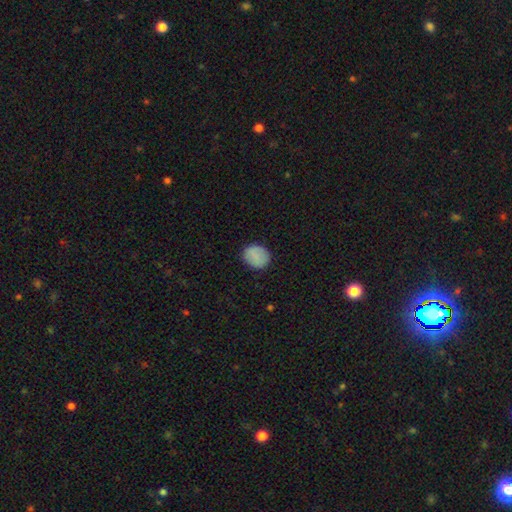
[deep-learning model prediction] This appears to be a smooth galaxy with no disk features (85%) that is round (67%). Merging: none (85%).